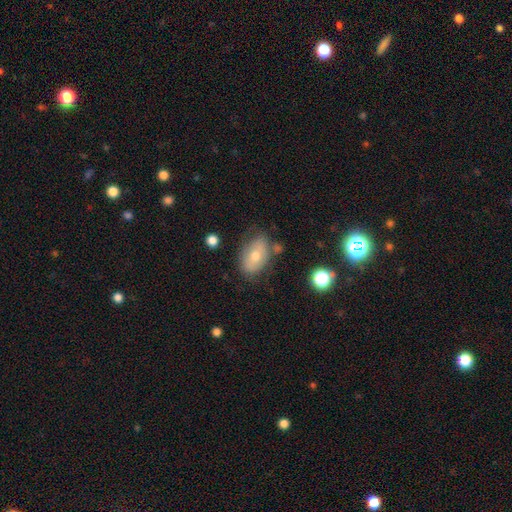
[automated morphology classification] Smooth or featured? smooth (59%)
How rounded? in between (84%)
Merging? none (66%)